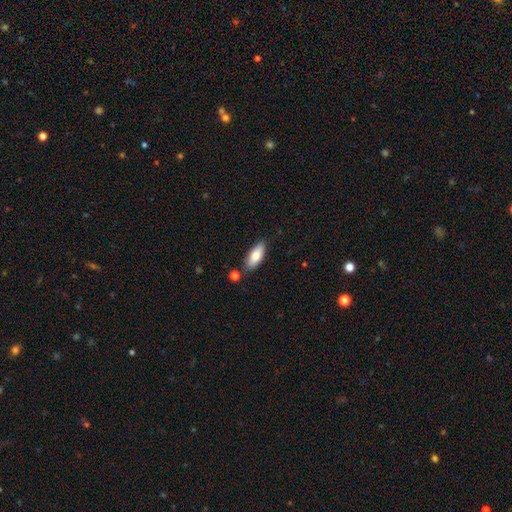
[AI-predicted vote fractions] Morphology: type=smooth (78%); roundness=in between (78%); merging=none (81%).